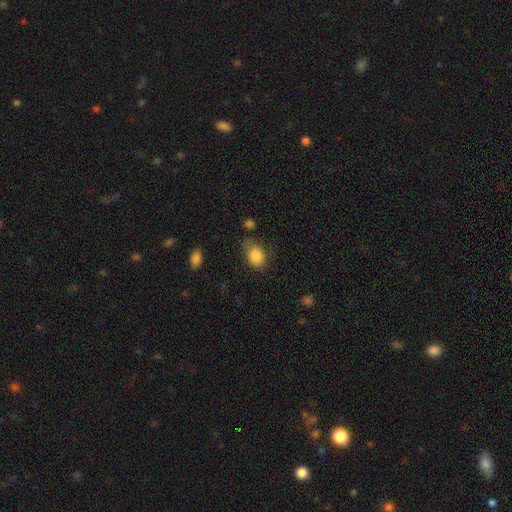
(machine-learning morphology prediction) Smooth or featured: smooth — 86% (star or artifact — 8%)
How rounded: in between — 74% (round — 25%)
Merging: none — 60% (minor disturbance — 28%)